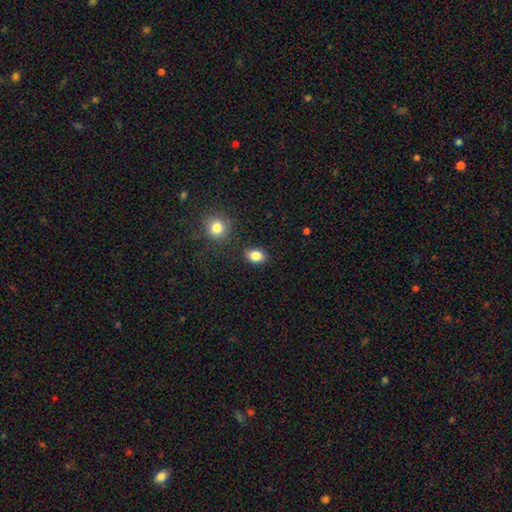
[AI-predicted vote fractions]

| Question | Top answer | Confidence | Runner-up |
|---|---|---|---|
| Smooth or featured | smooth | 85% | star or artifact (10%) |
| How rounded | in between | 71% | round (28%) |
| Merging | none | 84% | minor disturbance (11%) |